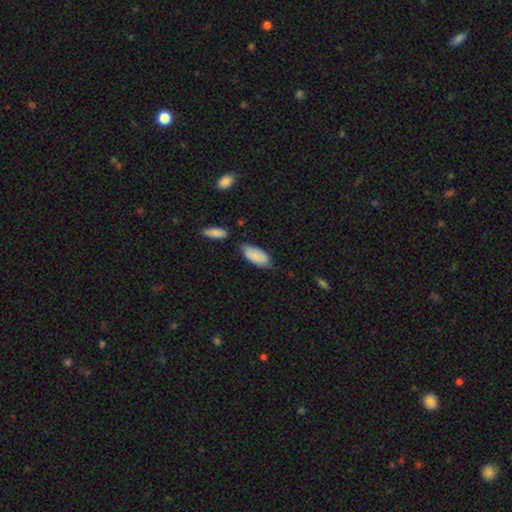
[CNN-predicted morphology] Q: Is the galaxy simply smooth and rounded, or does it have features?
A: smooth — 86%.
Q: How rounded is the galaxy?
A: in between — 87%.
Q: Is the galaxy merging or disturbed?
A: none — 62%.